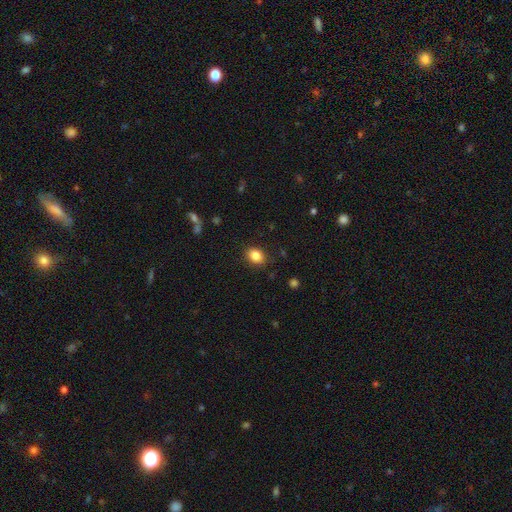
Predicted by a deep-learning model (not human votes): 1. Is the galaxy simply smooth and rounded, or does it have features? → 85% smooth, 9% star or artifact, 6% featured or disk.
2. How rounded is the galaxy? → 65% in between, 34% round, 1% cigar-shaped.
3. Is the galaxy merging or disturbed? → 87% none, 10% minor disturbance, 3% major disturbance, 1% merger.